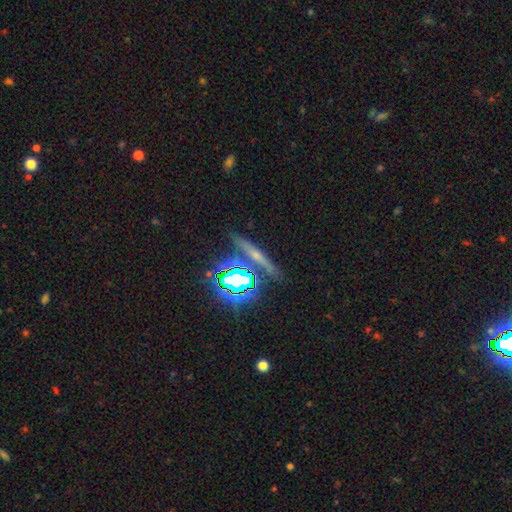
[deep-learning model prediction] Q: Smooth or featured?
A: featured or disk (37%); runner-up: smooth (33%)
Q: Merging?
A: none (81%); runner-up: minor disturbance (11%)